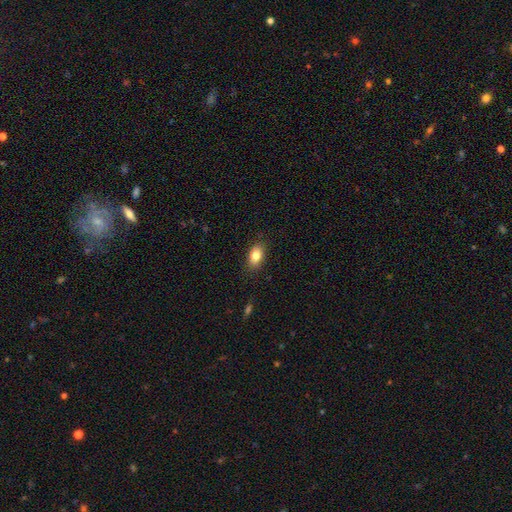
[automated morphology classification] This is clearly a smooth galaxy (83%). How rounded: clearly in between (88%). Merging: clearly none (86%).